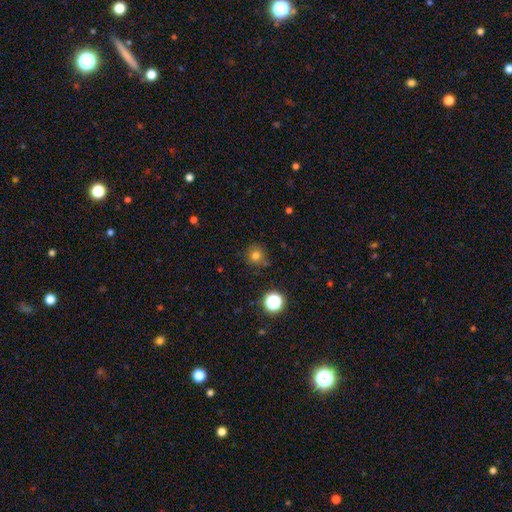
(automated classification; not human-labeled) This appears to be a smooth galaxy with no disk features (76%) that is round (91%). Merging: none (80%).